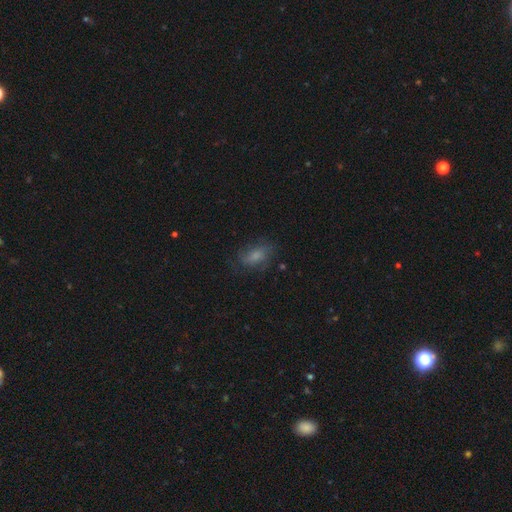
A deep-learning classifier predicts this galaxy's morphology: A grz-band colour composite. It shows a smooth galaxy with no disk features (65%) that is in between round and cigar-shaped (84%). Merging: none (66%).